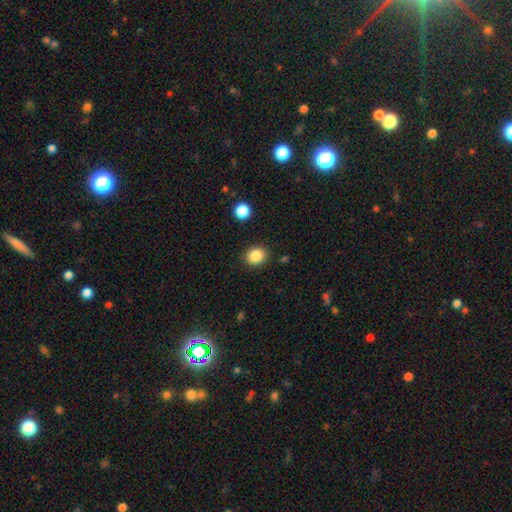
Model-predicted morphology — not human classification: Smooth or featured?
  - smooth: 86% *
  - star or artifact: 10%
  - featured or disk: 4%
How rounded?
  - round: 71% *
  - in between: 28%
  - cigar-shaped: 1%
Merging?
  - none: 89% *
  - minor disturbance: 7%
  - major disturbance: 2%
  - merger: 2%